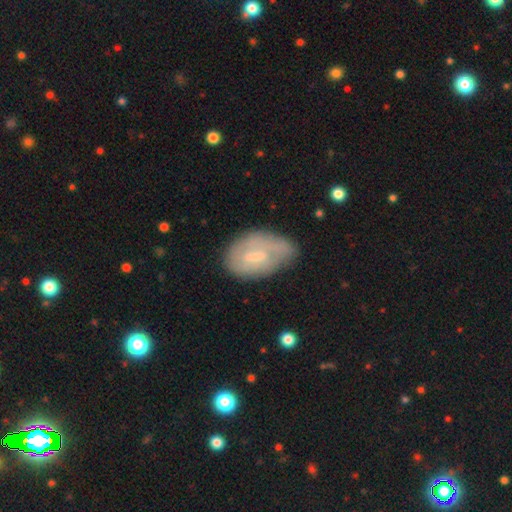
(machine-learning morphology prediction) smooth_or_featured: smooth (p=0.49) [alt: featured or disk p=0.43]
merging: none (p=0.46) [alt: minor disturbance p=0.35]